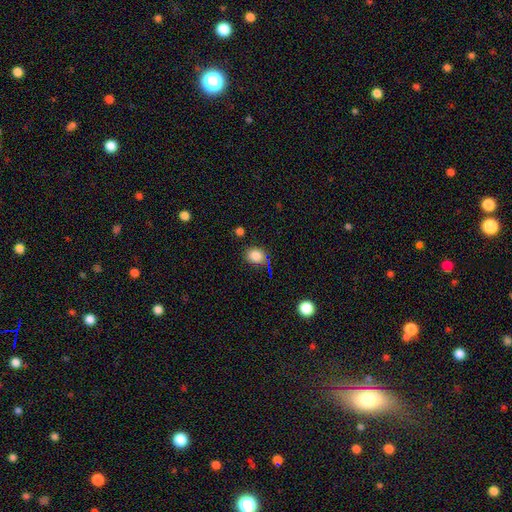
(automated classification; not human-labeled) smooth_or_featured: smooth (p=0.83) [alt: star or artifact p=0.12]
how_rounded: round (p=0.60) [alt: in between p=0.39]
merging: none (p=0.78) [alt: minor disturbance p=0.15]